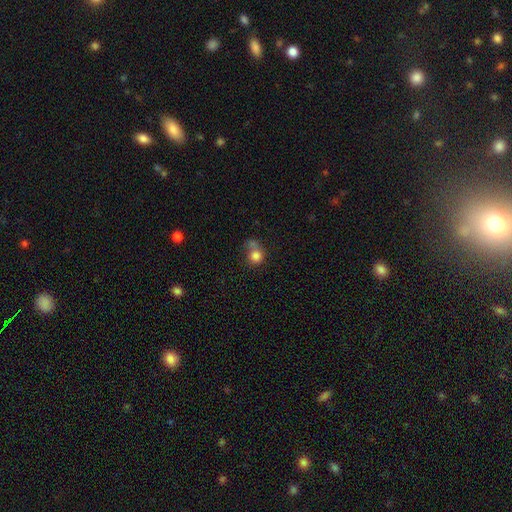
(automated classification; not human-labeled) A smooth galaxy with no disk features (81%) that is round (83%). Merging: none (40%).